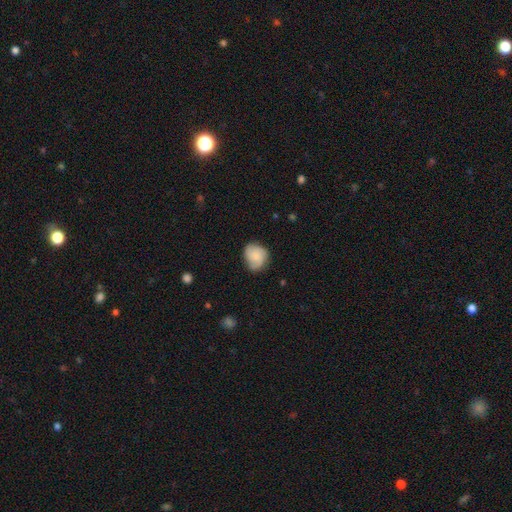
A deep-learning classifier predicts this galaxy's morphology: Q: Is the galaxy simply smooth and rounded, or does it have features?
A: smooth — 61%.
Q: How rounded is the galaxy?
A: round — 64%.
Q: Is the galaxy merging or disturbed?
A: none — 63%.